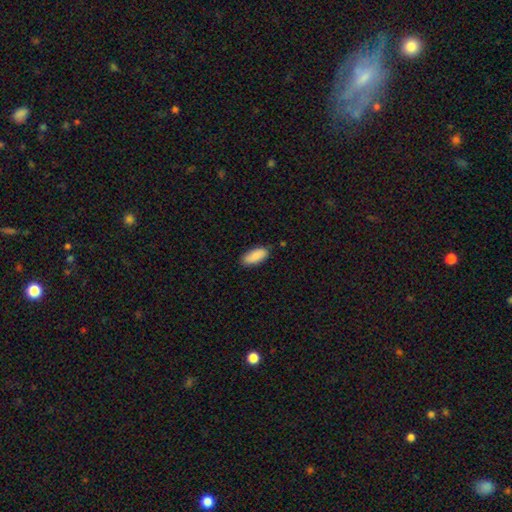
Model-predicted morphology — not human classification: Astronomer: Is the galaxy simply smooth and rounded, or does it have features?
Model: smooth — 87%.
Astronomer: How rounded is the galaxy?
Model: in between — 88%.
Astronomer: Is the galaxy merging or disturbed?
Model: none — 83%.